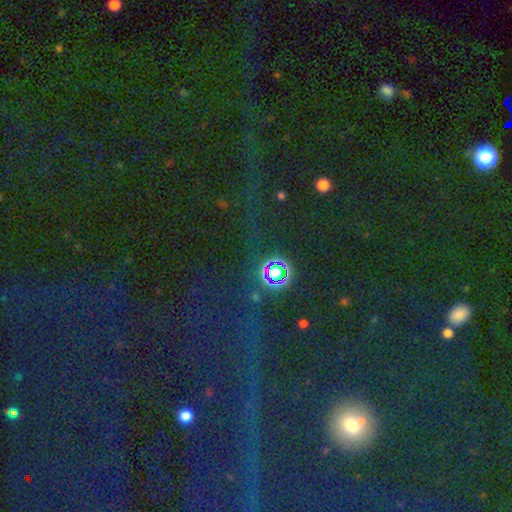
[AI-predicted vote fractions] This appears to be a star or artifact, not a galaxy (75%).